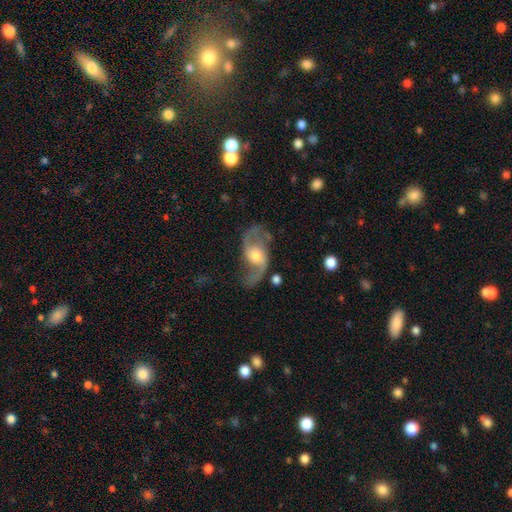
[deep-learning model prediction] Smooth or featured?
  - featured or disk: 87% *
  - smooth: 8%
  - star or artifact: 5%
Edge-on disk?
  - no: 96% *
  - yes: 4%
Bar?
  - no: 53% *
  - weak: 37%
  - strong: 10%
Spiral arms?
  - yes: 95% *
  - no: 5%
Spiral winding?
  - loose: 63% *
  - medium: 31%
  - tight: 6%
Spiral arm count?
  - 2: 92% *
  - can't tell: 2%
  - 1: 2%
  - 3: 1%
  - 4: 1%
  - more than 4: 1%
Bulge size?
  - moderate: 64% *
  - small: 20%
  - large: 12%
  - none: 2%
  - dominant: 1%
Merging?
  - none: 68% *
  - minor disturbance: 17%
  - major disturbance: 13%
  - merger: 3%